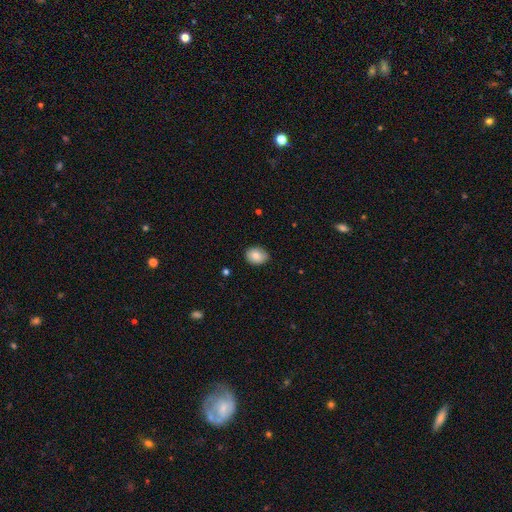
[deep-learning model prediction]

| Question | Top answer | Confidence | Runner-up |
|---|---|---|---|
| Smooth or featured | smooth | 85% | star or artifact (8%) |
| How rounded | in between | 56% | round (43%) |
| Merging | none | 84% | minor disturbance (13%) |